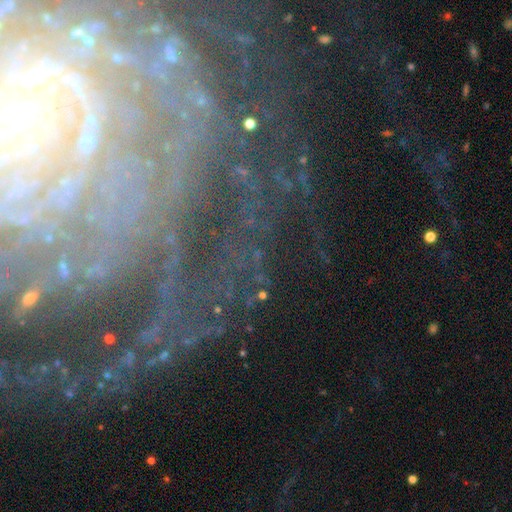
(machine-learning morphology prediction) This appears to be a featured or disk galaxy (74%) with no bar (45%), tight (74%) spiral arms (93%) and a small central bulge (70%). Merging: none (71%).